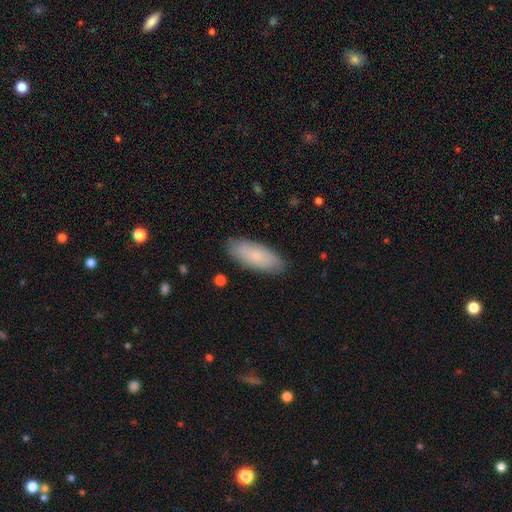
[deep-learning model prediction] Morphology: type=smooth (76%); roundness=in between (78%); merging=none (87%).